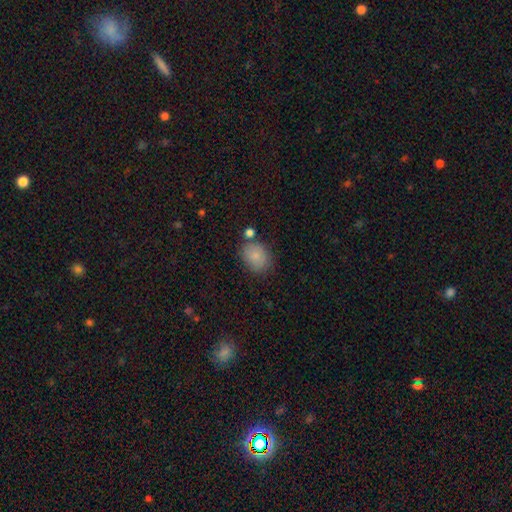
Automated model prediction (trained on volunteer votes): The model was most divided on "how rounded": in between: 53%, round: 46%, cigar-shaped: 1%. More confident: smooth or featured — smooth (84%); merging — none (73%).